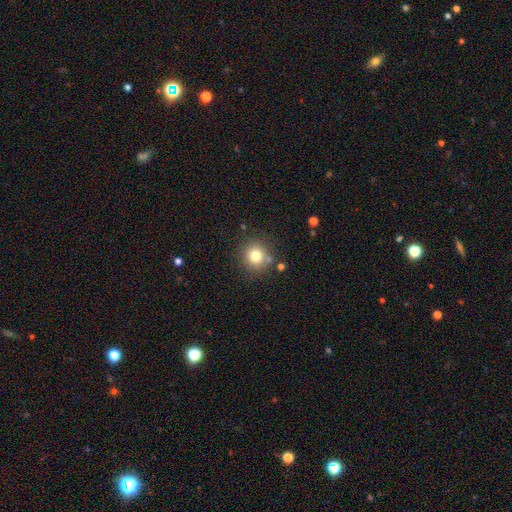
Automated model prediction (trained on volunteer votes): Smooth or featured? smooth (78%)
How rounded? round (92%)
Merging? none (82%)